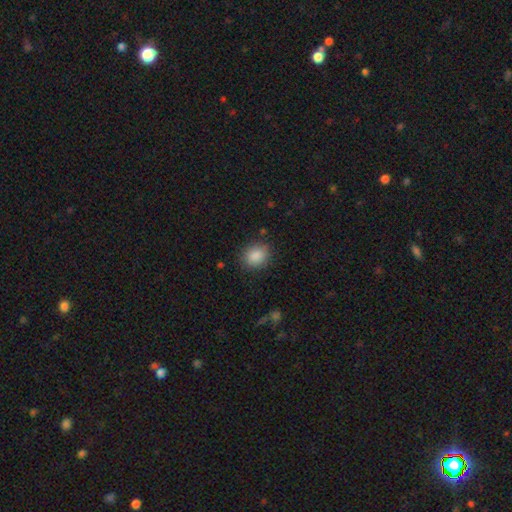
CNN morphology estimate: Q: Smooth or featured?
A: smooth (88%); runner-up: star or artifact (9%)
Q: How rounded?
A: round (65%); runner-up: in between (34%)
Q: Merging?
A: none (85%); runner-up: minor disturbance (11%)